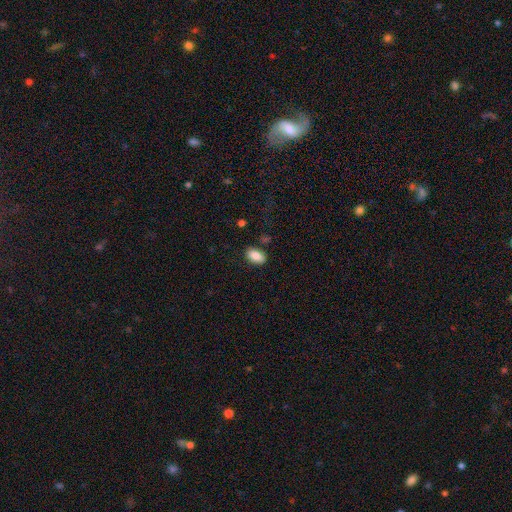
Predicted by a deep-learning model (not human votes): Q: Smooth or featured?
A: smooth (86%); runner-up: star or artifact (7%)
Q: How rounded?
A: in between (92%); runner-up: round (6%)
Q: Merging?
A: none (84%); runner-up: minor disturbance (10%)